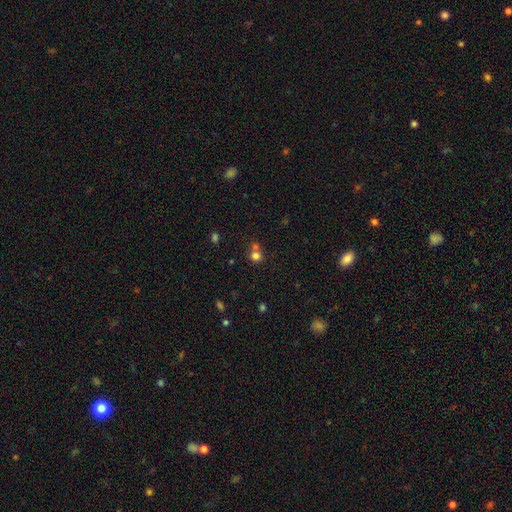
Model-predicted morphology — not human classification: This is likely a smooth galaxy (77%). How rounded: clearly round (87%). Merging: possibly none (52%).